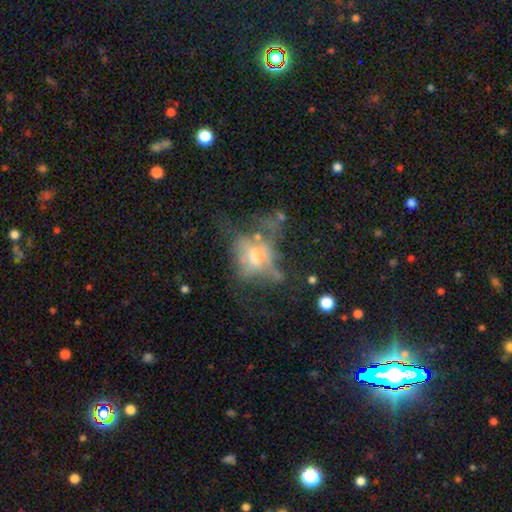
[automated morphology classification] Smooth or featured: featured or disk — 50% (smooth — 35%)
Merging: major disturbance — 41% (none — 30%)